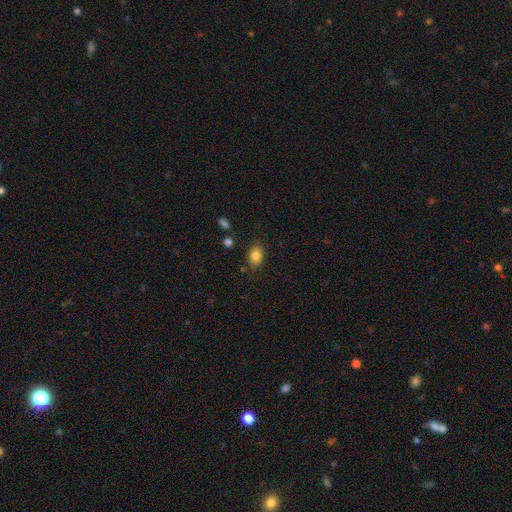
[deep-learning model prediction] This is clearly a smooth galaxy (83%). How rounded: likely in between (78%). Merging: clearly none (80%).